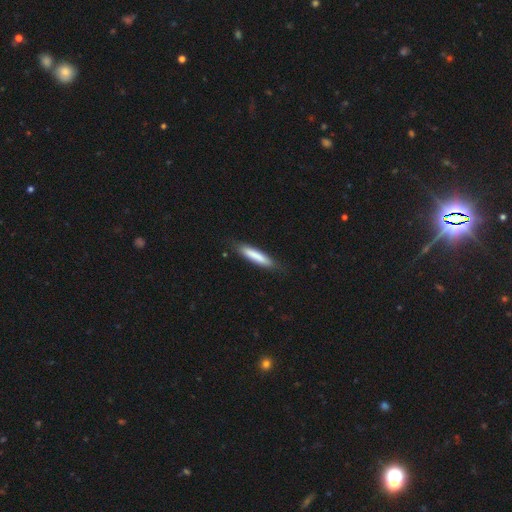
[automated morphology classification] smooth-or-featured: smooth: 80% | featured or disk: 14% | star or artifact: 6%
  how-rounded: cigar-shaped: 87% | in between: 12% | round: 1%
  merging: none: 82% | minor disturbance: 14% | major disturbance: 3% | merger: 1%